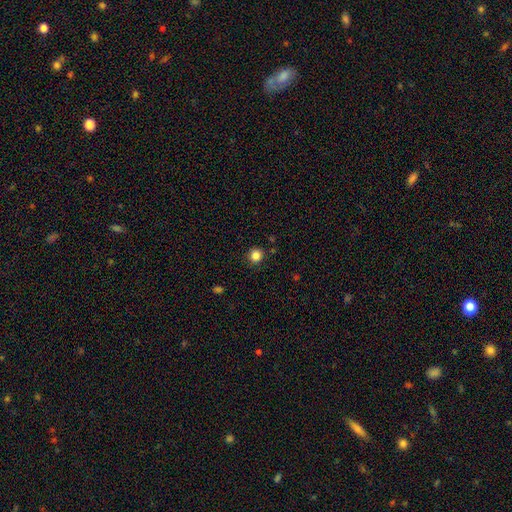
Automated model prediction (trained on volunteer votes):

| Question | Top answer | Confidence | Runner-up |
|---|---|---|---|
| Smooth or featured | smooth | 85% | star or artifact (11%) |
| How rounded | round | 90% | in between (9%) |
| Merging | none | 88% | minor disturbance (8%) |